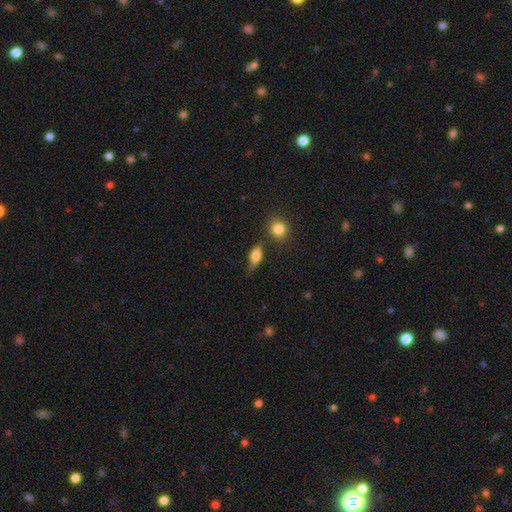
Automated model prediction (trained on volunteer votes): Morphology: type=smooth (72%); roundness=in between (73%); merging=none (62%).